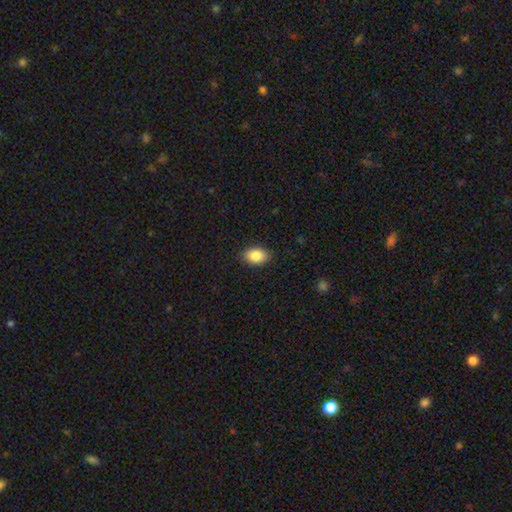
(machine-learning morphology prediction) Q: Smooth or featured?
A: smooth (85%); runner-up: star or artifact (8%)
Q: How rounded?
A: in between (86%); runner-up: round (13%)
Q: Merging?
A: none (88%); runner-up: minor disturbance (9%)